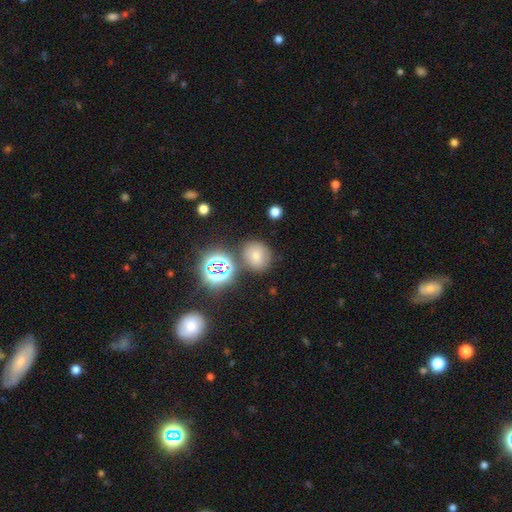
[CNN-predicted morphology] This appears to be a smooth galaxy with no disk features (63%) that is round (79%). Merging: none (76%).